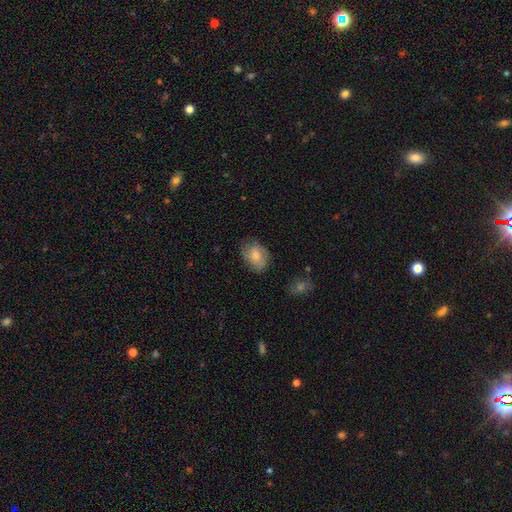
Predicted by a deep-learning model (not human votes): This is likely a smooth galaxy (73%). How rounded: likely in between (76%). Merging: likely none (67%).